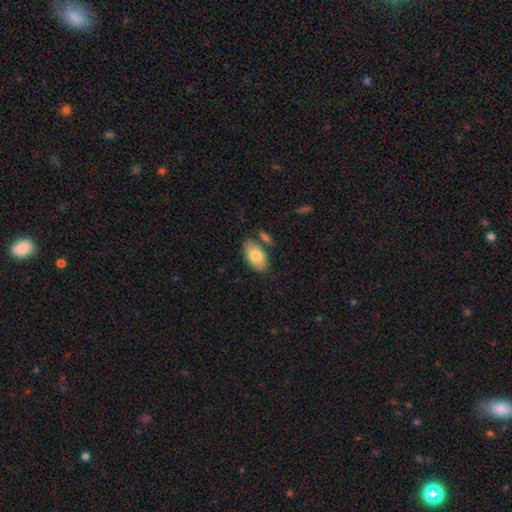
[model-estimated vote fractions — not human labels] Q: Smooth or featured?
A: smooth (81%); runner-up: featured or disk (13%)
Q: How rounded?
A: in between (94%); runner-up: round (4%)
Q: Merging?
A: none (73%); runner-up: minor disturbance (15%)